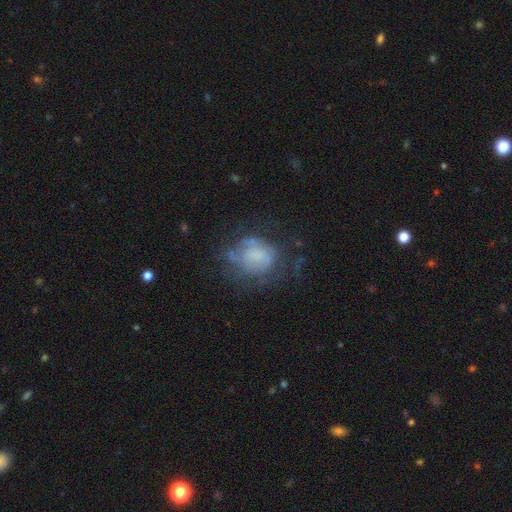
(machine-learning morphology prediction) featured or disk 46%, smooth 41%, star or artifact 12%. Down the decision tree: merging — none (47%).